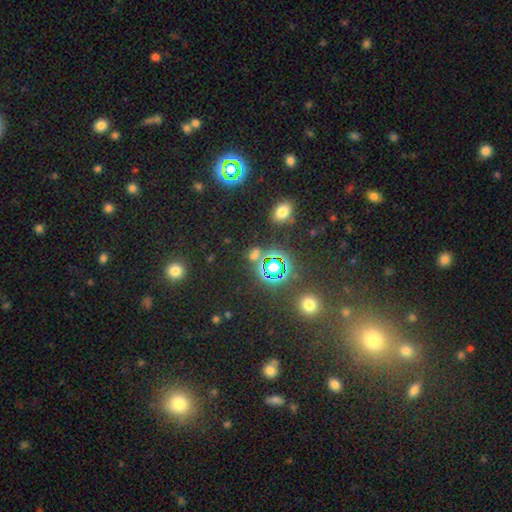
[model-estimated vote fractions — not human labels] Smooth or featured?
  - star or artifact: 58% *
  - smooth: 31%
  - featured or disk: 10%